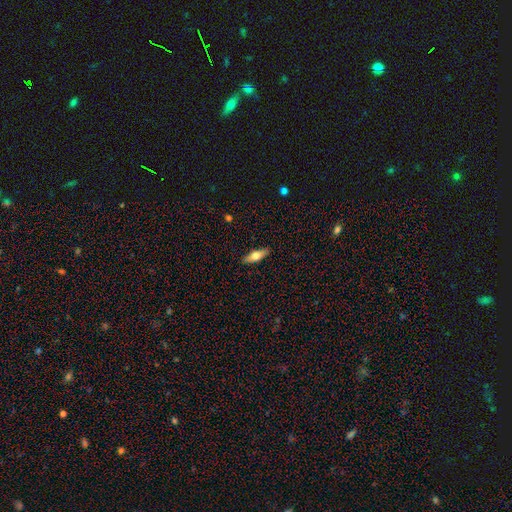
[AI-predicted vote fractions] Q: Smooth or featured?
A: smooth (60%); runner-up: featured or disk (34%)
Q: How rounded?
A: in between (55%); runner-up: cigar-shaped (42%)
Q: Merging?
A: none (90%); runner-up: minor disturbance (8%)